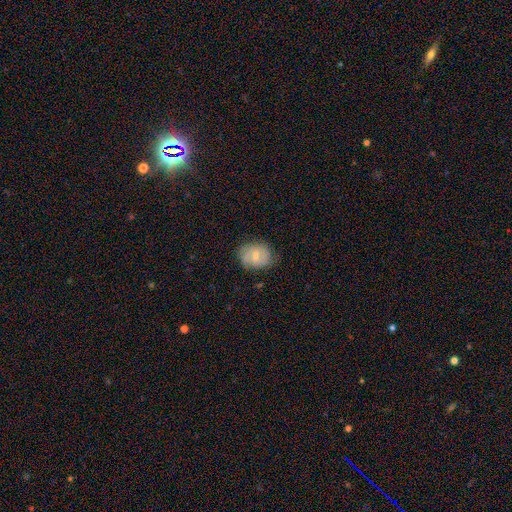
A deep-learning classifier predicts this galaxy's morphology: This is possibly a smooth galaxy (54%). How rounded: possibly round (54%). Merging: likely none (73%).